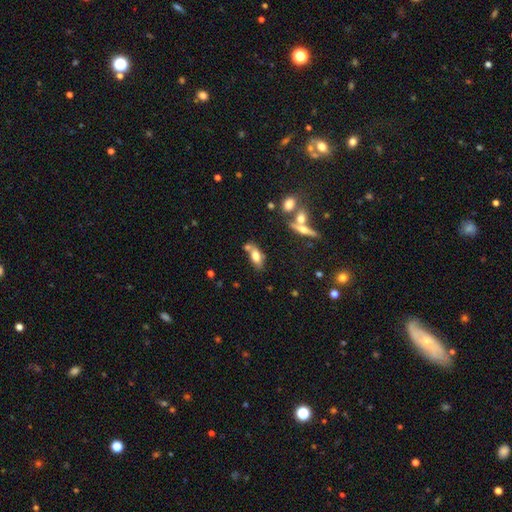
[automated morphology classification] A smooth galaxy with no disk features (67%) that is in between round and cigar-shaped (81%).

Vote fractions:
- Smooth or featured? smooth: 67% / featured or disk: 23% / star or artifact: 9%
- How rounded? in between: 81% / cigar-shaped: 15% / round: 4%
- Merging? none: 49% / merger: 29% / minor disturbance: 16% / major disturbance: 6%